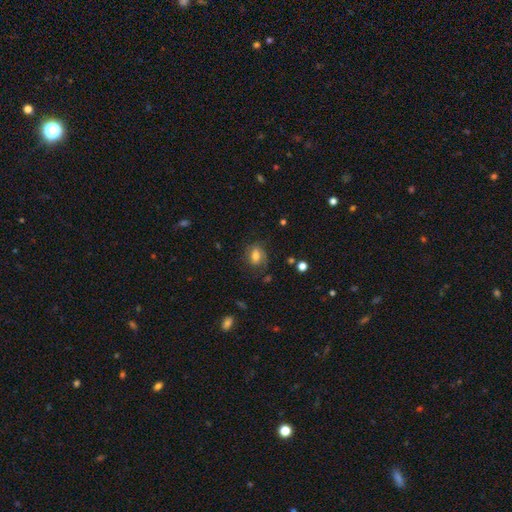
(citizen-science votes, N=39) Smooth or featured: smooth — 54% (featured or disk — 36%)
How rounded: in between — 71% (round — 29%)
Merging: none — 66% (minor disturbance — 29%)